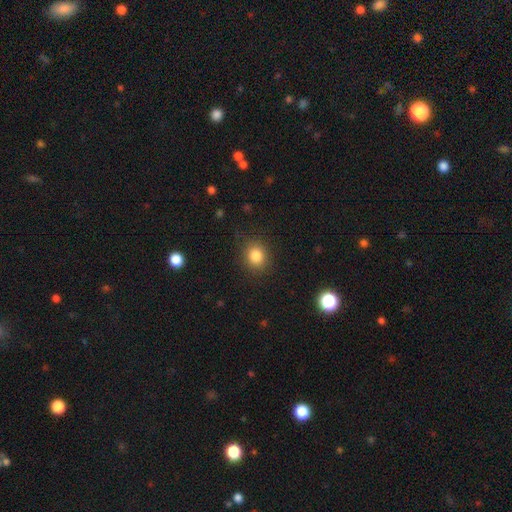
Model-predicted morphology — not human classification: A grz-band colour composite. It shows a smooth galaxy with no disk features (83%) that is round (75%). Merging: none (85%).